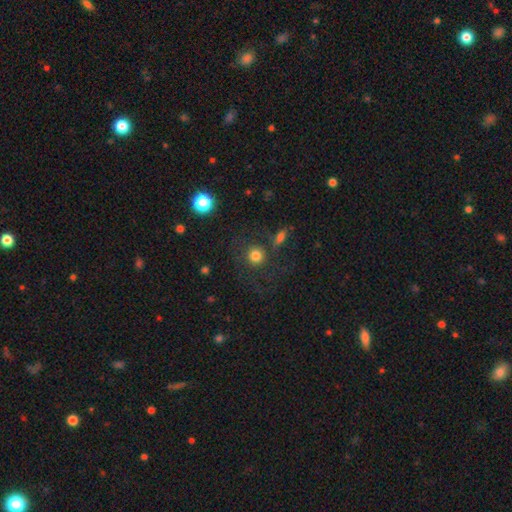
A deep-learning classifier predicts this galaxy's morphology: type=smooth (74%); roundness=round (90%); merging=none (70%).